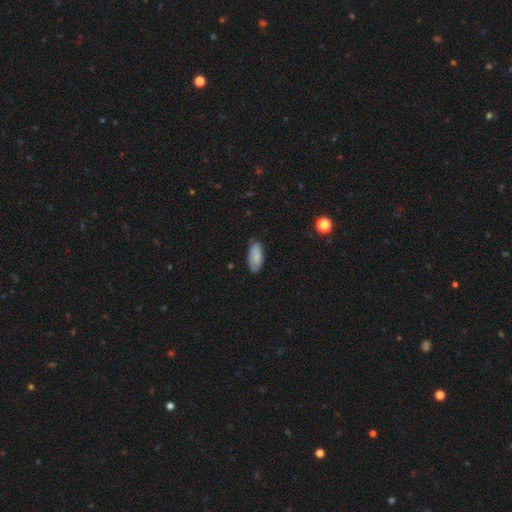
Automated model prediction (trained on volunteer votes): Q: Smooth or featured?
A: smooth (82%); runner-up: featured or disk (11%)
Q: How rounded?
A: in between (90%); runner-up: cigar-shaped (8%)
Q: Merging?
A: none (80%); runner-up: minor disturbance (17%)